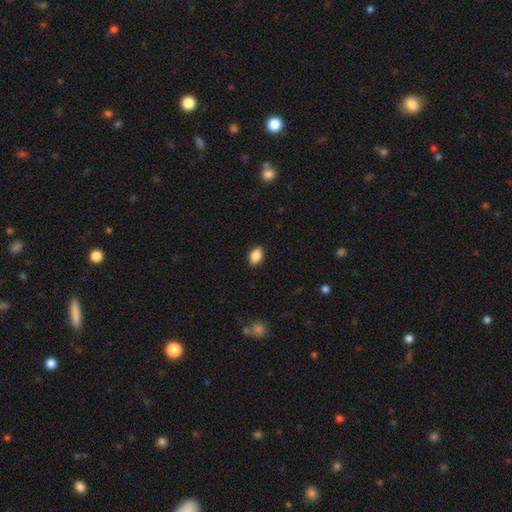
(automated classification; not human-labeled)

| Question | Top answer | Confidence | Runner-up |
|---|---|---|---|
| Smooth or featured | smooth | 87% | star or artifact (8%) |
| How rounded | in between | 84% | round (14%) |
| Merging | none | 89% | minor disturbance (8%) |